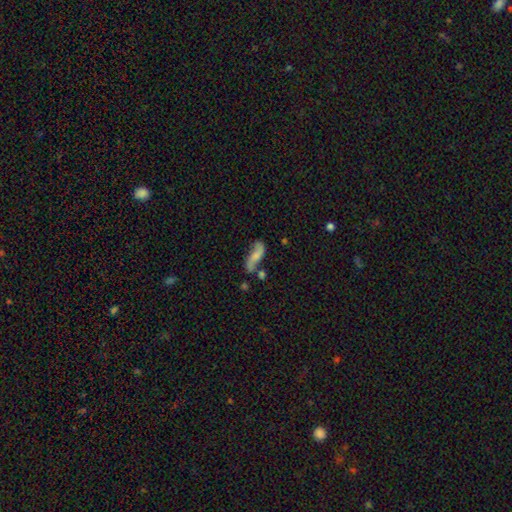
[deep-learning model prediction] Smooth or featured?
  - featured or disk: 57% *
  - smooth: 35%
  - star or artifact: 8%
Edge-on disk?
  - no: 88% *
  - yes: 12%
Bar?
  - no: 61% *
  - weak: 28%
  - strong: 11%
Spiral arms?
  - yes: 86% *
  - no: 14%
Bulge size?
  - small: 42% *
  - none: 30%
  - moderate: 22%
  - large: 4%
  - dominant: 2%
Merging?
  - none: 47% *
  - minor disturbance: 22%
  - merger: 19%
  - major disturbance: 12%